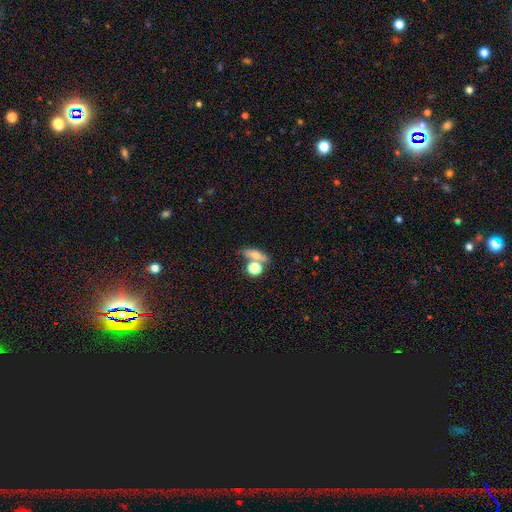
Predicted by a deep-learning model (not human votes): smooth 69%, featured or disk 18%, star or artifact 13%. Down the decision tree: how rounded — in between (49%); merging — none (50%).